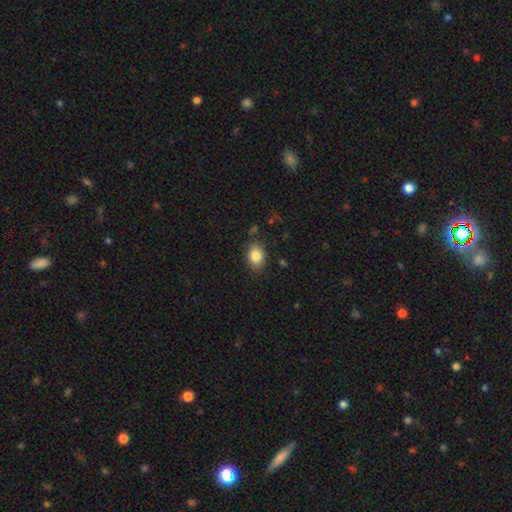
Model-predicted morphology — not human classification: Smooth or featured: smooth — 84% (star or artifact — 9%)
How rounded: in between — 60% (round — 39%)
Merging: none — 82% (minor disturbance — 13%)